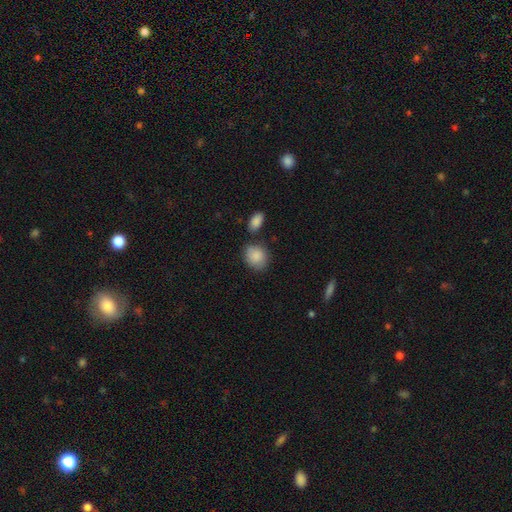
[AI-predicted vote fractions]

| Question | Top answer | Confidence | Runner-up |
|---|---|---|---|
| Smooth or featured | smooth | 88% | star or artifact (7%) |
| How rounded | round | 53% | in between (46%) |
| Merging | none | 69% | minor disturbance (17%) |